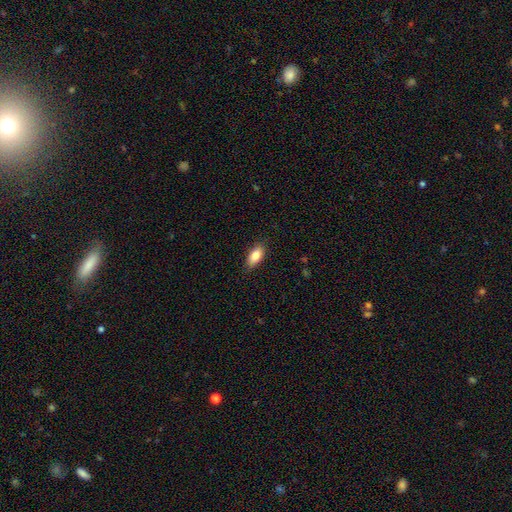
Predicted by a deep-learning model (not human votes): Q: Smooth or featured?
A: smooth (83%); runner-up: featured or disk (10%)
Q: How rounded?
A: in between (87%); runner-up: cigar-shaped (10%)
Q: Merging?
A: none (85%); runner-up: minor disturbance (11%)